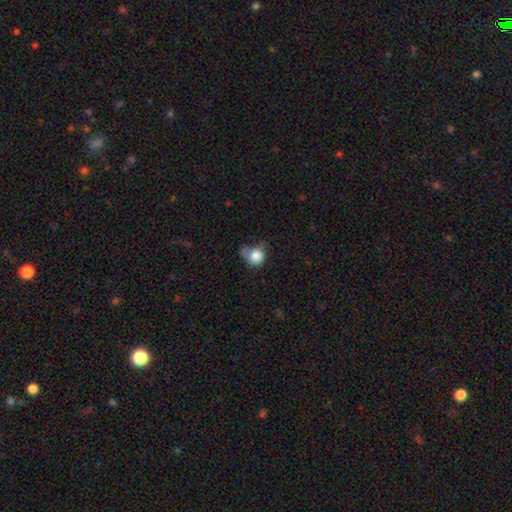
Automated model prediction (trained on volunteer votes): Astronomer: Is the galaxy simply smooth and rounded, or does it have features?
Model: smooth — 81%.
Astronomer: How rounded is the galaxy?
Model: round — 74%.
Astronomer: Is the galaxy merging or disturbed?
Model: minor disturbance — 35%, tied with none at 35%.